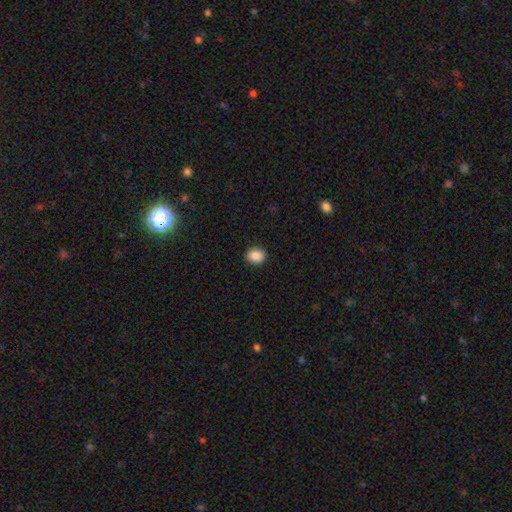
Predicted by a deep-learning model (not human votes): This is clearly a smooth galaxy (88%). How rounded: likely round (62%). Merging: clearly none (91%).